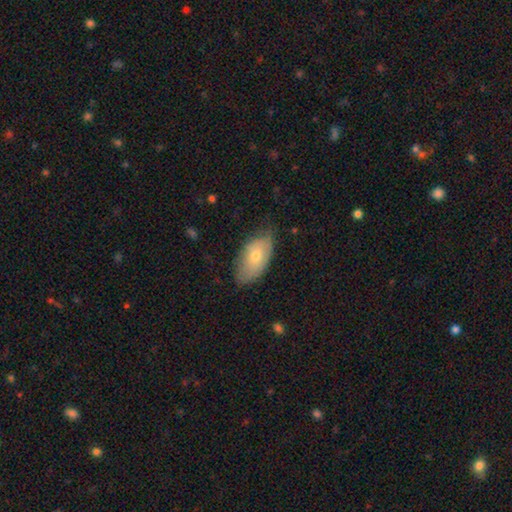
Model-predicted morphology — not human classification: Smooth or featured?
  - smooth: 69% *
  - featured or disk: 24%
  - star or artifact: 6%
How rounded?
  - in between: 94% *
  - round: 4%
  - cigar-shaped: 3%
Merging?
  - none: 59% *
  - minor disturbance: 33%
  - major disturbance: 7%
  - merger: 1%